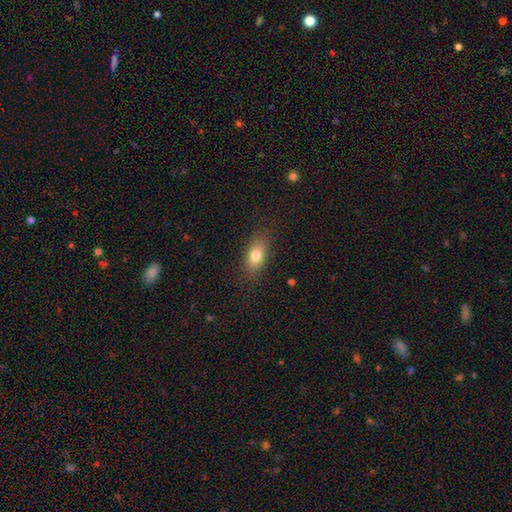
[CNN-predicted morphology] A smooth galaxy with no disk features (79%) that is in between round and cigar-shaped (83%). Merging: none (82%).